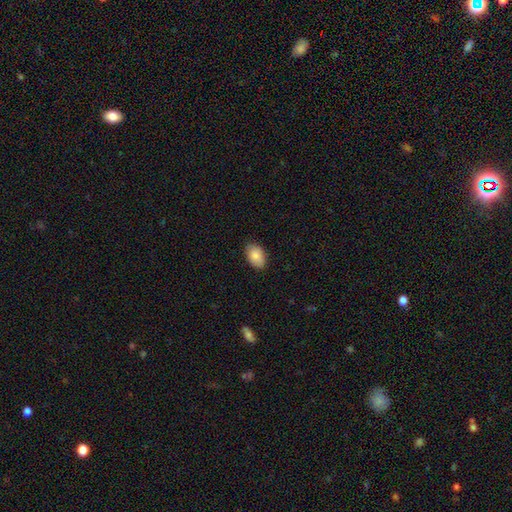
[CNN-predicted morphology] Smooth or featured?
  - smooth: 85% *
  - featured or disk: 8%
  - star or artifact: 7%
How rounded?
  - in between: 90% *
  - round: 9%
  - cigar-shaped: 1%
Merging?
  - none: 83% *
  - minor disturbance: 14%
  - major disturbance: 2%
  - merger: 1%